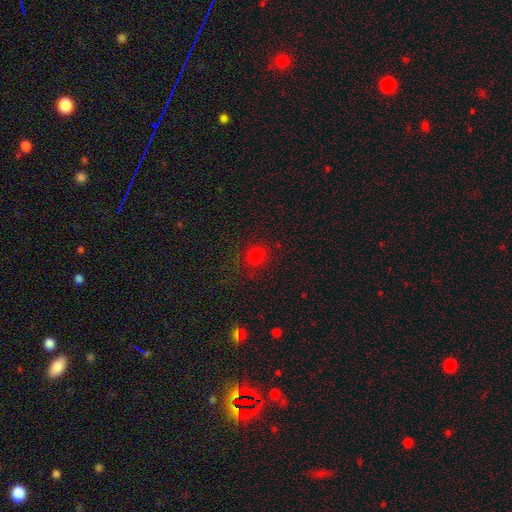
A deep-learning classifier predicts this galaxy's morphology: smooth 75%, star or artifact 19%, featured or disk 6%. Down the decision tree: how rounded — round (84%); merging — none (81%).